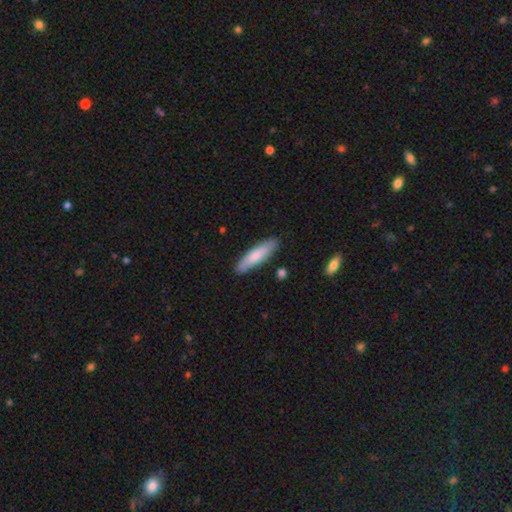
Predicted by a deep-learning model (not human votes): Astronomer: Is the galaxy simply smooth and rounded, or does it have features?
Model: smooth — 74%.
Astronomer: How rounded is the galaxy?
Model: cigar-shaped — 70%.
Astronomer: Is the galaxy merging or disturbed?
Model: none — 85%.